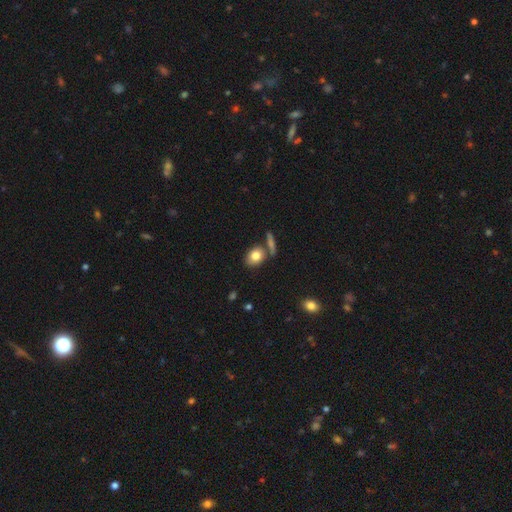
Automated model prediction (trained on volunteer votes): Smooth or featured?
  - smooth: 80% *
  - featured or disk: 11%
  - star or artifact: 9%
How rounded?
  - in between: 61% *
  - round: 37%
  - cigar-shaped: 2%
Merging?
  - none: 68% *
  - merger: 17%
  - minor disturbance: 12%
  - major disturbance: 4%